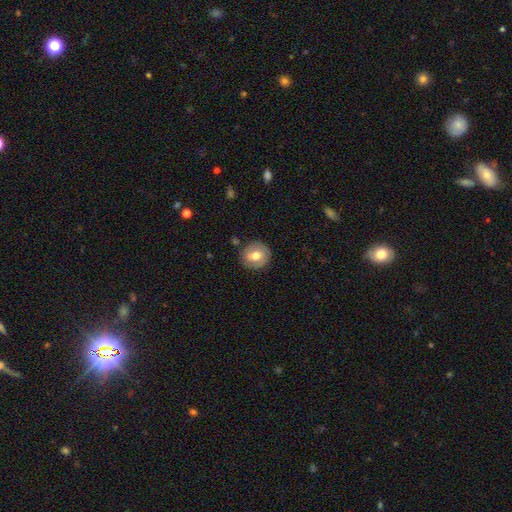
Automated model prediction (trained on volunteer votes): Q: Smooth or featured?
A: smooth (63%); runner-up: featured or disk (29%)
Q: How rounded?
A: round (85%); runner-up: in between (14%)
Q: Merging?
A: none (83%); runner-up: minor disturbance (12%)